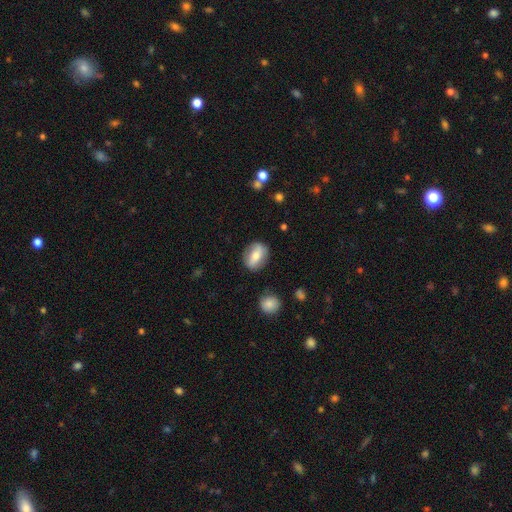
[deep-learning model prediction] Q: Smooth or featured?
A: smooth (59%); runner-up: featured or disk (34%)
Q: How rounded?
A: in between (65%); runner-up: round (32%)
Q: Merging?
A: none (83%); runner-up: minor disturbance (12%)